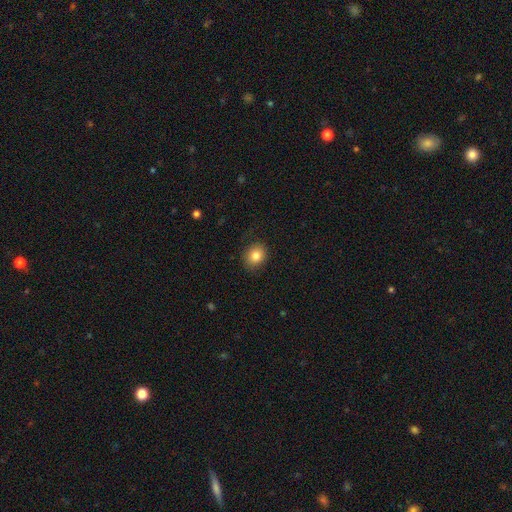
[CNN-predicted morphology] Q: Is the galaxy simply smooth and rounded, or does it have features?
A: smooth — 82%.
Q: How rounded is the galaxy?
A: round — 63%.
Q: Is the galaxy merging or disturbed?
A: none — 85%.